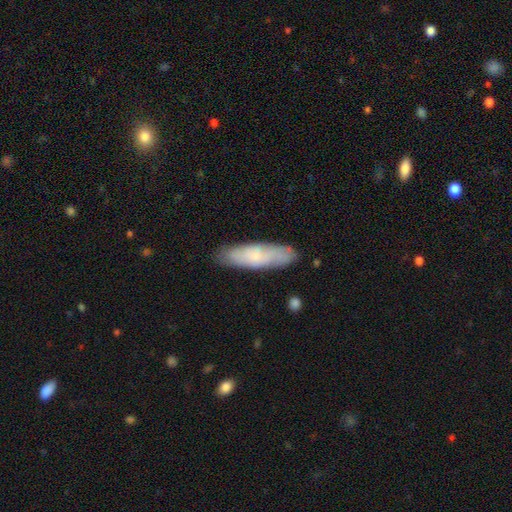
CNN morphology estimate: smooth_or_featured: smooth (p=0.64) [alt: featured or disk p=0.30]
how_rounded: cigar-shaped (p=0.64) [alt: in between p=0.34]
merging: none (p=0.83) [alt: minor disturbance p=0.13]